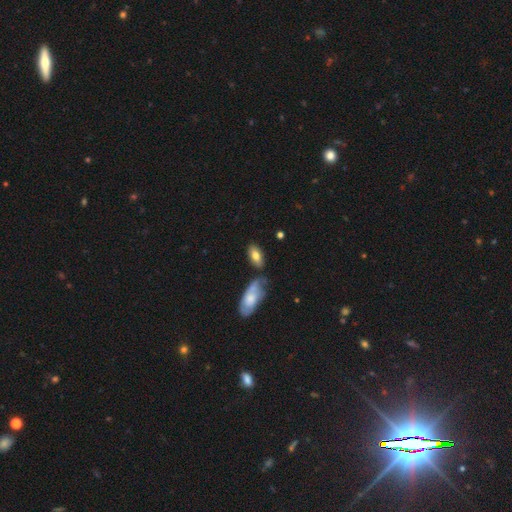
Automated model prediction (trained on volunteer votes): Smooth or featured: smooth — 73% (featured or disk — 20%)
How rounded: in between — 85% (cigar-shaped — 12%)
Merging: none — 68% (minor disturbance — 16%)